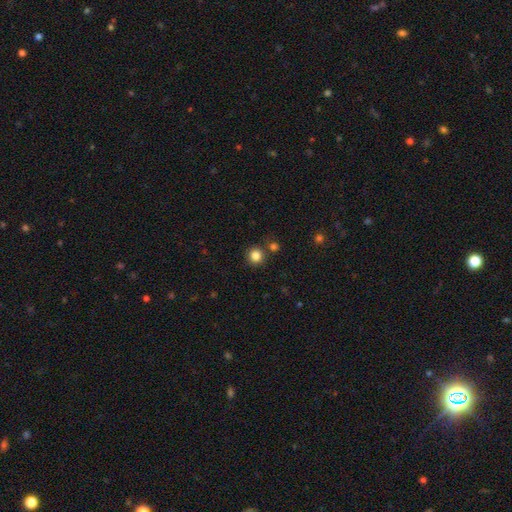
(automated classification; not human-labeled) Smooth or featured? Predicted: smooth (p=0.83). How rounded? Predicted: round (p=0.94). Merging? Predicted: none (p=0.82).